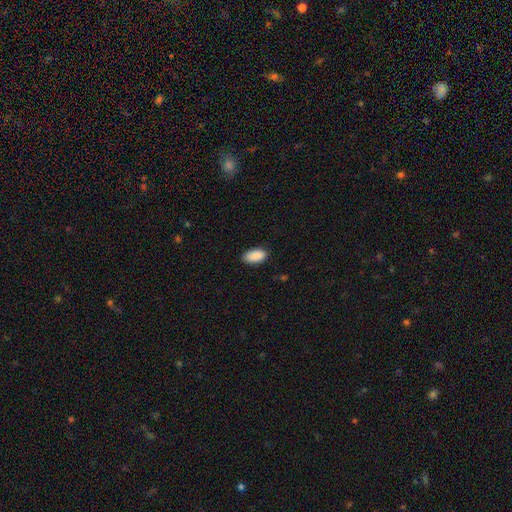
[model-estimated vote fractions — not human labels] The model was most divided on "merging": none: 84%, minor disturbance: 13%, major disturbance: 2%, merger: 1%. More confident: how rounded — in between (94%); smooth or featured — smooth (90%).